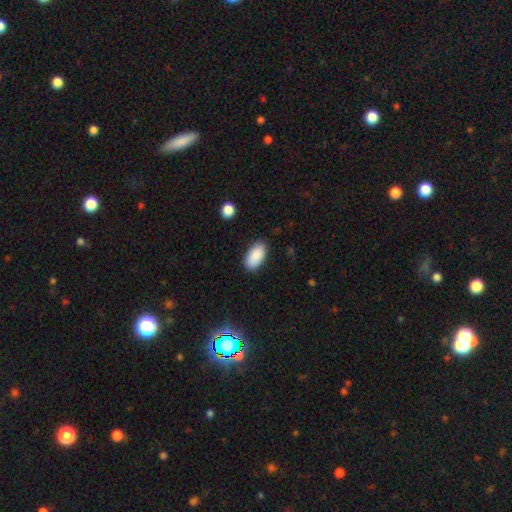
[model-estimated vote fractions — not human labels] This appears to be a smooth galaxy with no disk features (90%) that is in between round and cigar-shaped (95%). Merging: none (86%).